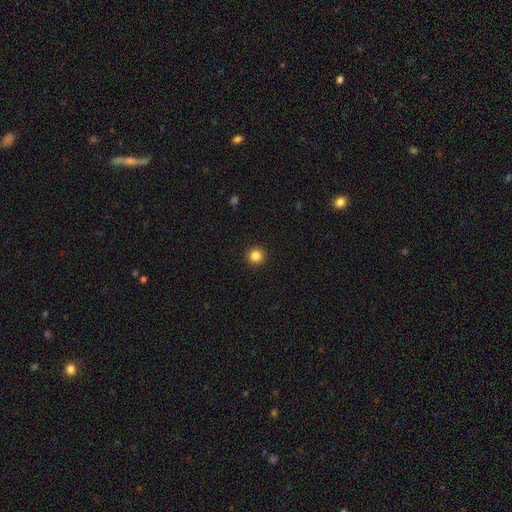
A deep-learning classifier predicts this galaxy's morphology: Smooth or featured?
  - smooth: 85% *
  - star or artifact: 11%
  - featured or disk: 4%
How rounded?
  - round: 96% *
  - in between: 3%
  - cigar-shaped: 1%
Merging?
  - none: 94% *
  - minor disturbance: 4%
  - major disturbance: 2%
  - merger: 1%